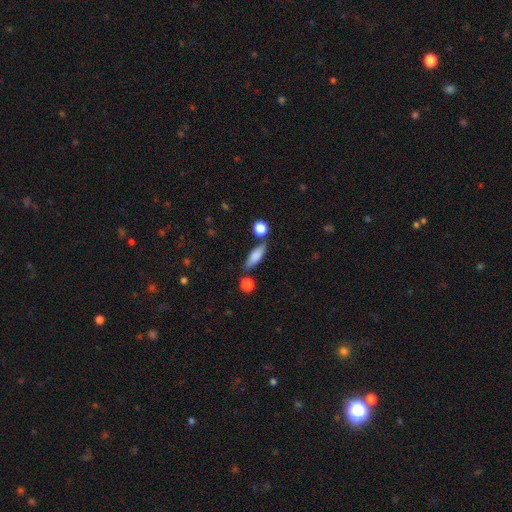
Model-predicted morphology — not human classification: smooth-or-featured: smooth: 78% | featured or disk: 15% | star or artifact: 7%
  how-rounded: in between: 53% | cigar-shaped: 43% | round: 4%
  merging: none: 76% | minor disturbance: 13% | merger: 7% | major disturbance: 3%